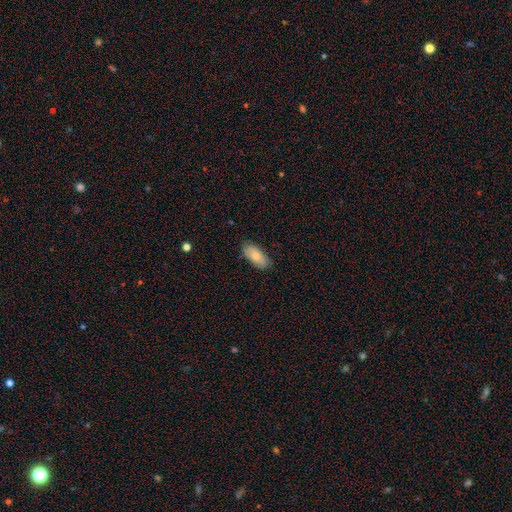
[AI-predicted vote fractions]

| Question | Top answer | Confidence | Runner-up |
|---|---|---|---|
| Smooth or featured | smooth | 76% | featured or disk (18%) |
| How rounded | in between | 91% | cigar-shaped (7%) |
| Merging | none | 83% | minor disturbance (14%) |